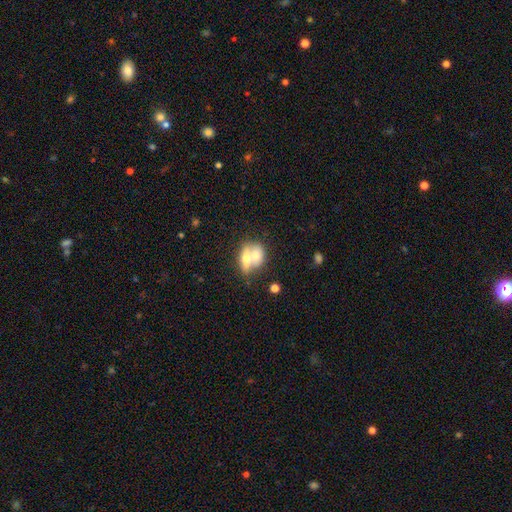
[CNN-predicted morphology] This appears to be a smooth galaxy with no disk features (63%) that is in between round and cigar-shaped (61%). Merging: merger (71%).